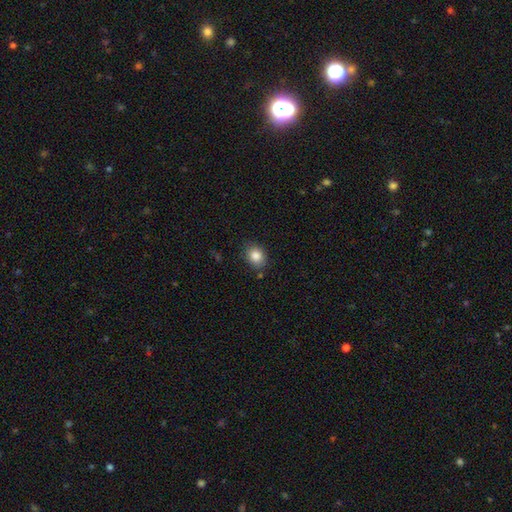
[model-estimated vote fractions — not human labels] The model was most divided on "how rounded": round: 52%, in between: 47%, cigar-shaped: 1%. More confident: smooth or featured — smooth (84%); merging — none (82%).